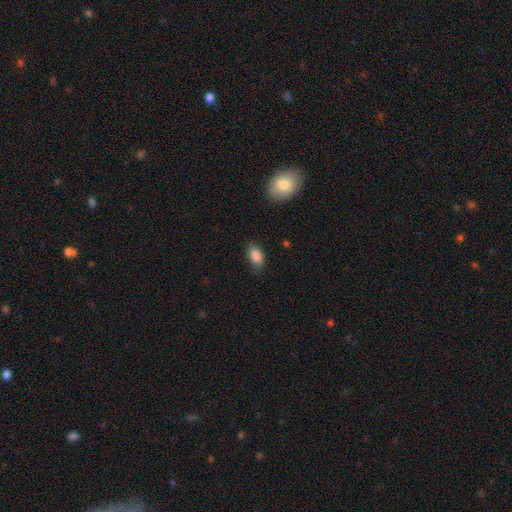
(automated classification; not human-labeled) The model was most divided on "merging": none: 82%, minor disturbance: 14%, major disturbance: 3%, merger: 1%. More confident: how rounded — in between (91%); smooth or featured — smooth (87%).